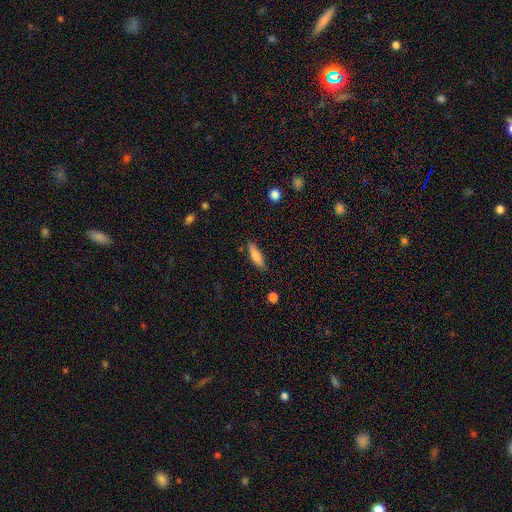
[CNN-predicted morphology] Smooth or featured? Predicted: smooth (p=0.76). How rounded? Predicted: cigar-shaped (p=0.61). Merging? Predicted: none (p=0.84).